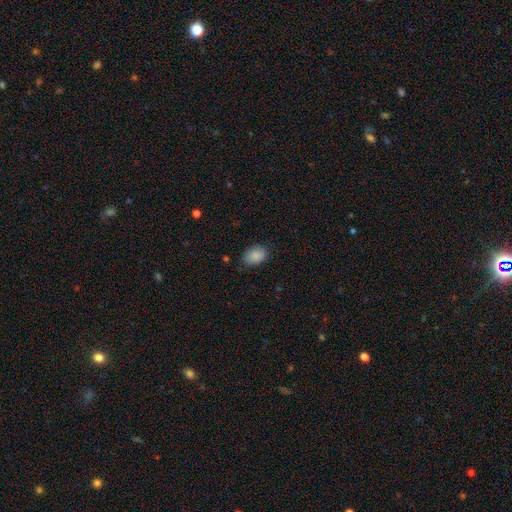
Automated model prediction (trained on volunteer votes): smooth 88%, star or artifact 7%, featured or disk 5%. Down the decision tree: how rounded — in between (77%); merging — none (77%).